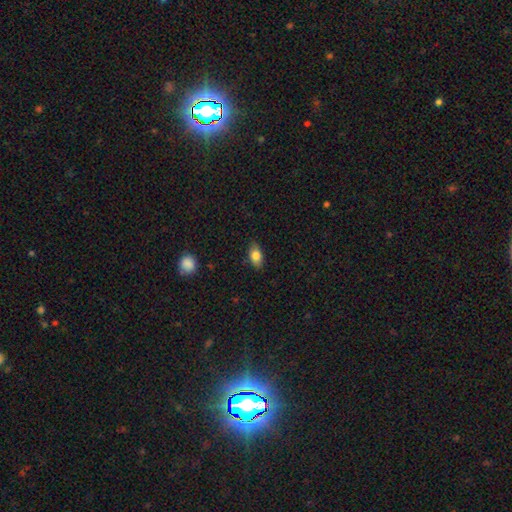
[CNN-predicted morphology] smooth_or_featured: smooth (p=0.81) [alt: featured or disk p=0.11]
how_rounded: in between (p=0.87) [alt: round p=0.08]
merging: none (p=0.85) [alt: minor disturbance p=0.11]